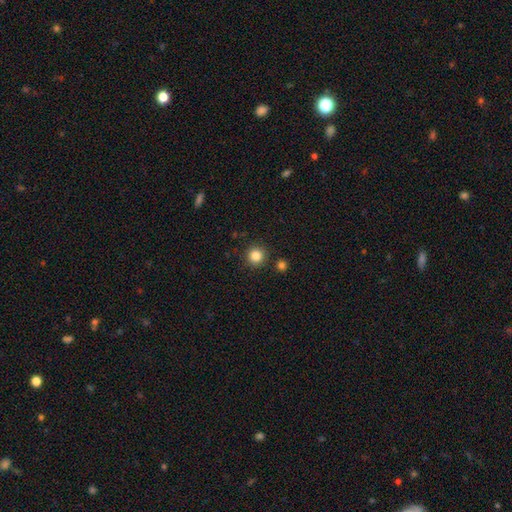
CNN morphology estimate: Smooth or featured?
  - smooth: 85% *
  - star or artifact: 11%
  - featured or disk: 4%
How rounded?
  - round: 95% *
  - in between: 5%
  - cigar-shaped: 1%
Merging?
  - none: 89% *
  - minor disturbance: 6%
  - merger: 3%
  - major disturbance: 2%